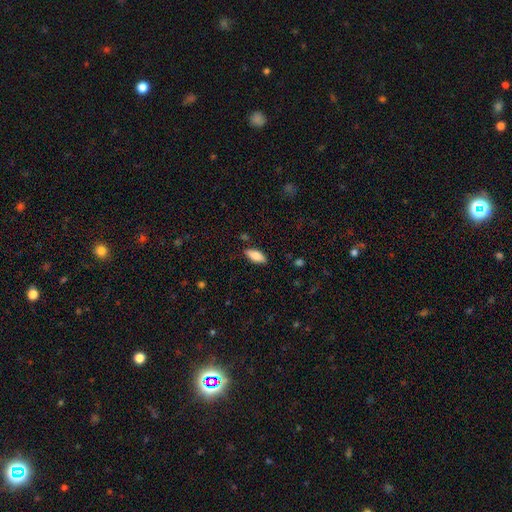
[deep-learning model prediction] Morphology: type=smooth (83%); roundness=in between (80%); merging=none (85%).